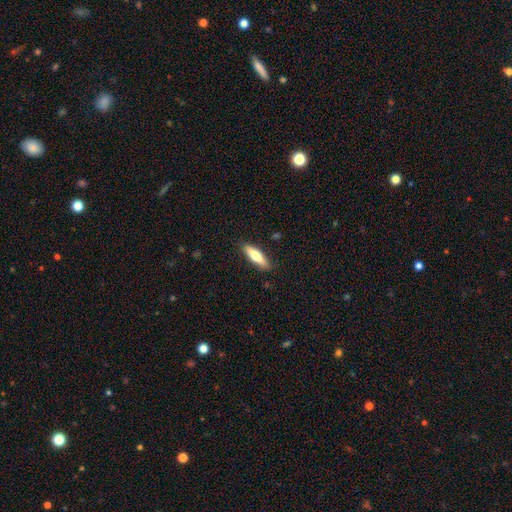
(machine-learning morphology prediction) Smooth or featured: smooth — 66% (featured or disk — 29%)
How rounded: cigar-shaped — 59% (in between — 39%)
Merging: none — 88% (minor disturbance — 9%)